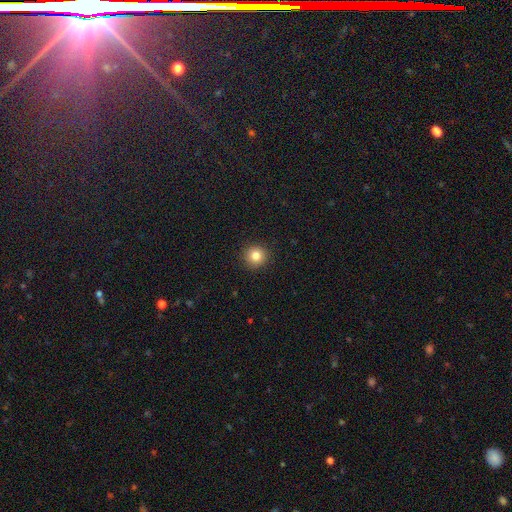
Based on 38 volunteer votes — Volunteers were most divided on "smooth or featured": smooth: 87%, star or artifact: 8%, featured or disk: 5%. More confident: how rounded — round (100%); merging — none (91%).